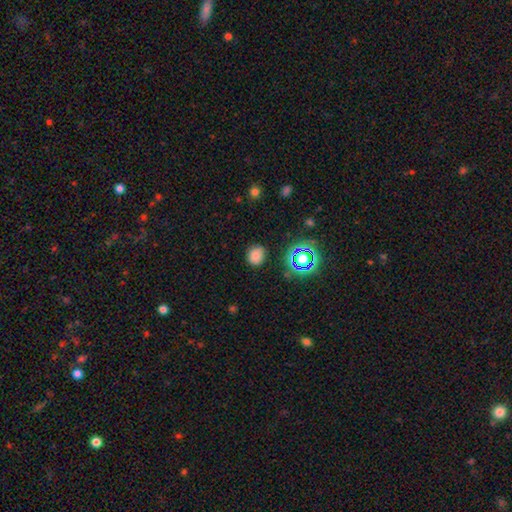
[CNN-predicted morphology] smooth 74%, star or artifact 19%, featured or disk 7%. Down the decision tree: how rounded — round (74%); merging — none (81%).